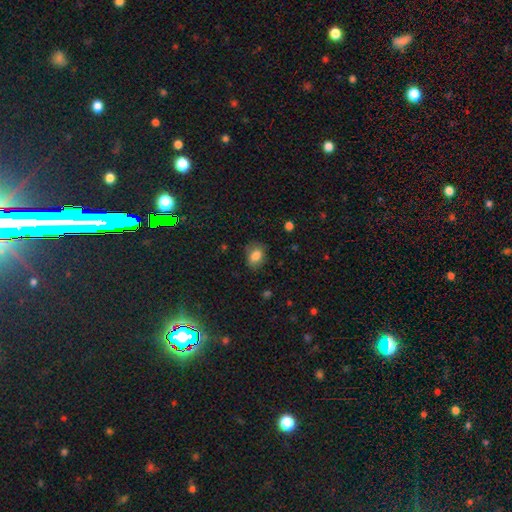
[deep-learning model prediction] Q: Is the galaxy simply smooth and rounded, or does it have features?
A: smooth — 81%.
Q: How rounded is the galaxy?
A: in between — 67%.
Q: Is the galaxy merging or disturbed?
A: none — 73%.